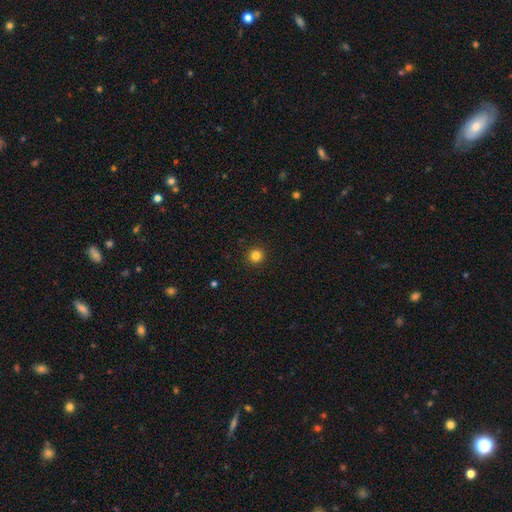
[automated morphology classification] smooth 83%, star or artifact 13%, featured or disk 5%. Down the decision tree: how rounded — round (95%); merging — none (93%).